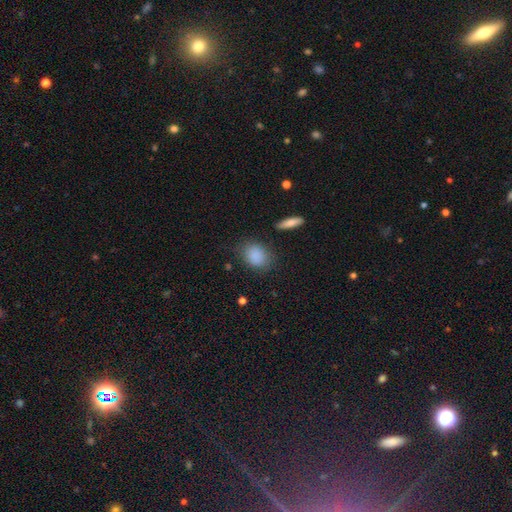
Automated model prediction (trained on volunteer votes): Morphology: type=smooth (86%); roundness=in between (51%); merging=none (76%).